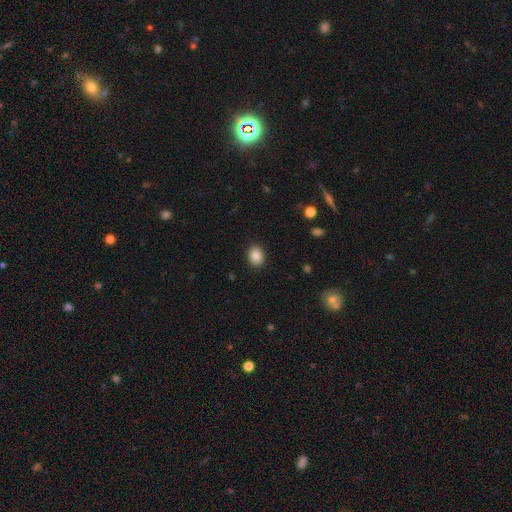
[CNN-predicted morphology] smooth-or-featured: smooth: 87% | star or artifact: 9% | featured or disk: 4%
  how-rounded: in between: 57% | round: 43% | cigar-shaped: 1%
  merging: none: 90% | minor disturbance: 7% | major disturbance: 2% | merger: 1%